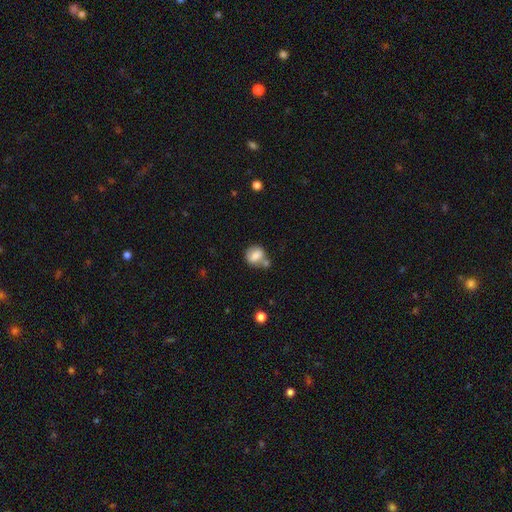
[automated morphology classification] Smooth or featured? smooth (73%)
How rounded? round (64%)
Merging? none (43%)